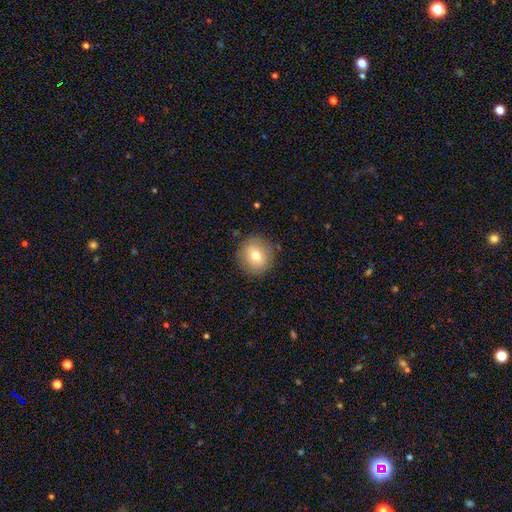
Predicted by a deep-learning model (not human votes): Overall: smooth (74%). How rounded: round (88%). Merging: none (87%).